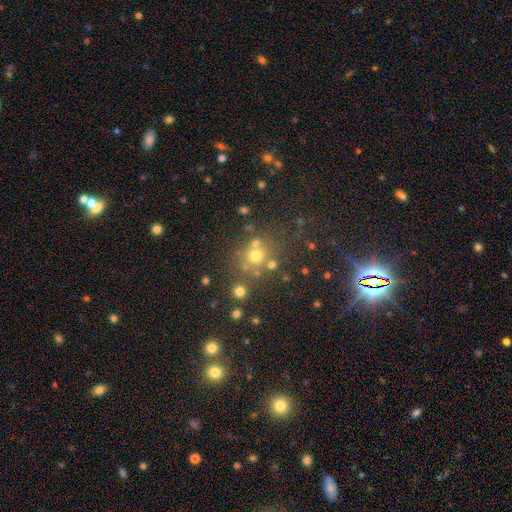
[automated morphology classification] Smooth or featured? smooth (56%)
How rounded? round (85%)
Merging? none (68%)